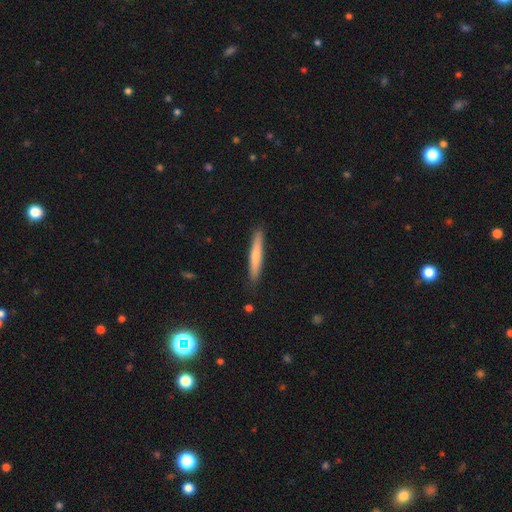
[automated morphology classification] A smooth galaxy with no disk features (68%) that is cigar-shaped (95%). Merging: none (89%).